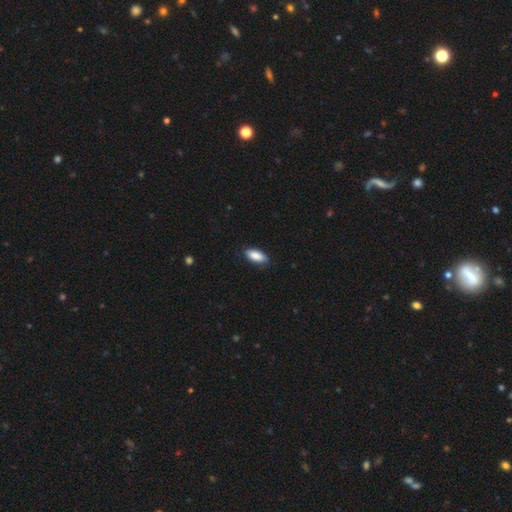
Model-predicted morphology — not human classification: smooth-or-featured: smooth: 88% | featured or disk: 6% | star or artifact: 6%
  how-rounded: in between: 87% | cigar-shaped: 11% | round: 2%
  merging: none: 84% | minor disturbance: 13% | major disturbance: 2% | merger: 1%